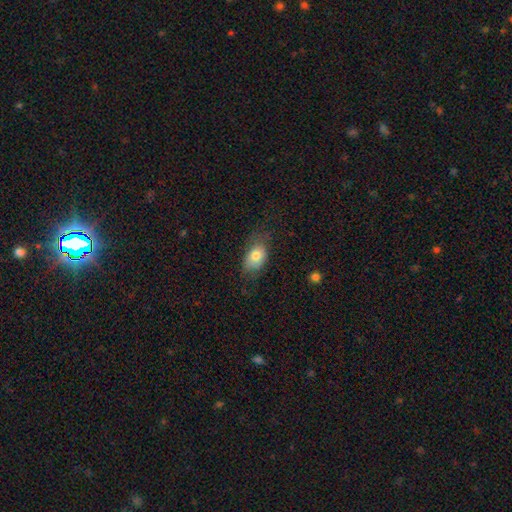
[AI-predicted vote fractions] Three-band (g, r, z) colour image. It shows a smooth galaxy with no disk features (77%) that is in between round and cigar-shaped (85%). Merging: none (61%).